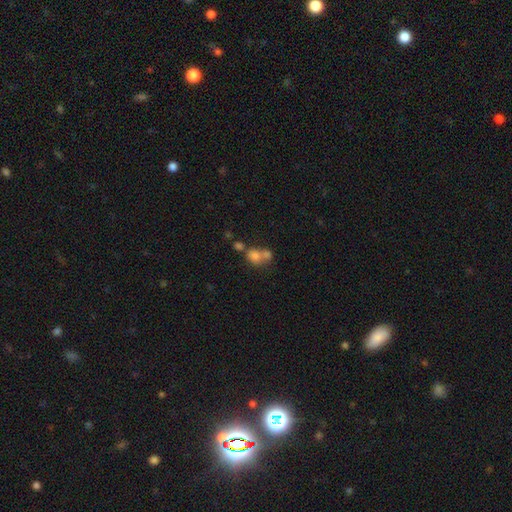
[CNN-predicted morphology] Q: Smooth or featured?
A: smooth (72%); runner-up: featured or disk (14%)
Q: How rounded?
A: round (65%); runner-up: in between (33%)
Q: Merging?
A: merger (56%); runner-up: none (30%)